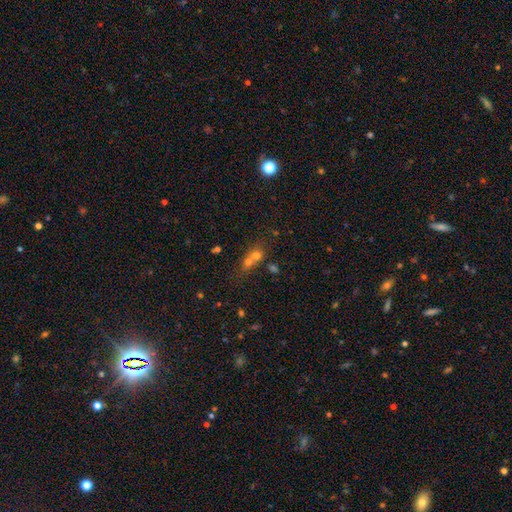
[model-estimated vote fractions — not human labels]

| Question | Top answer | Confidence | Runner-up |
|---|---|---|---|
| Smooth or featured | smooth | 62% | featured or disk (20%) |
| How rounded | round | 63% | in between (33%) |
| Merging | merger | 63% | none (27%) |